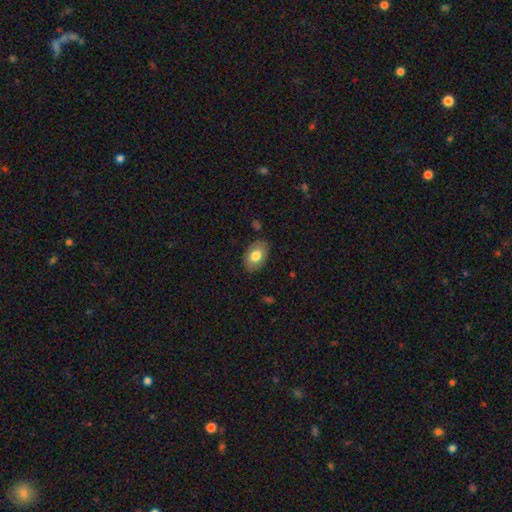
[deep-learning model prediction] A smooth galaxy with no disk features (77%) that is in between round and cigar-shaped (86%).

Vote fractions:
- Smooth or featured? smooth: 77% / featured or disk: 15% / star or artifact: 7%
- How rounded? in between: 86% / round: 13% / cigar-shaped: 1%
- Merging? none: 84% / minor disturbance: 12% / major disturbance: 3% / merger: 1%